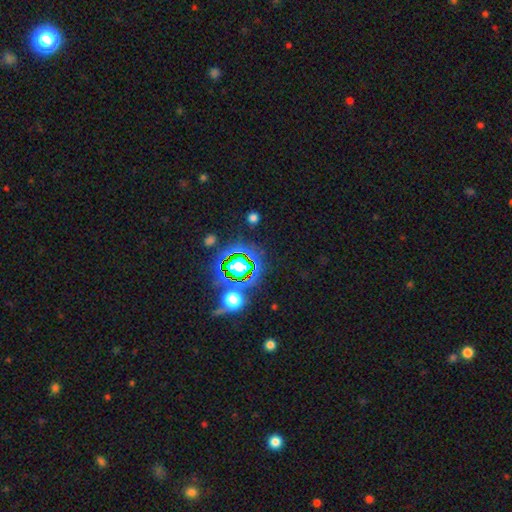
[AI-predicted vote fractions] smooth-or-featured: star or artifact: 78% | smooth: 14% | featured or disk: 8%